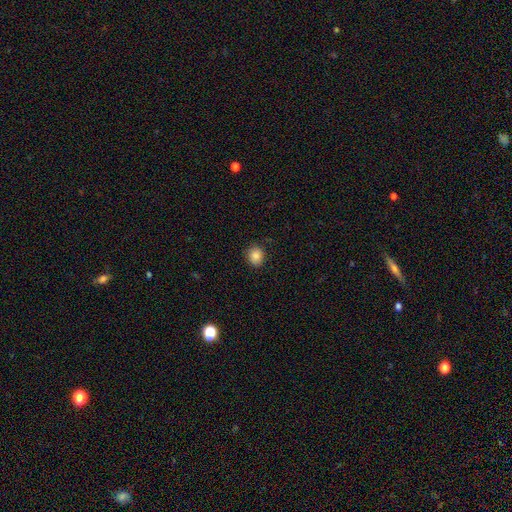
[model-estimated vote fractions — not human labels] Overall: smooth (86%). How rounded: round (74%). Merging: none (87%).